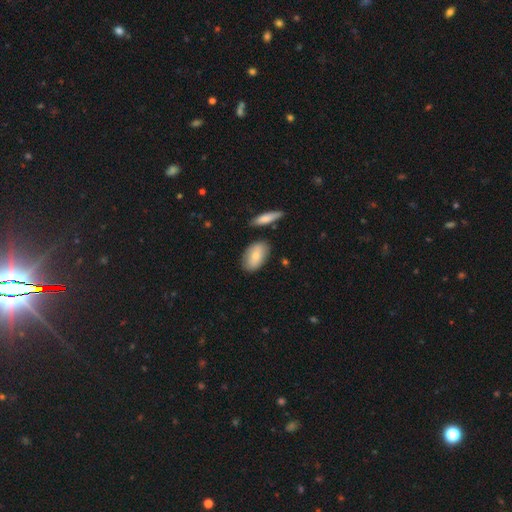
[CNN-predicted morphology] This is likely a smooth galaxy (74%). How rounded: clearly in between (90%). Merging: likely none (78%).